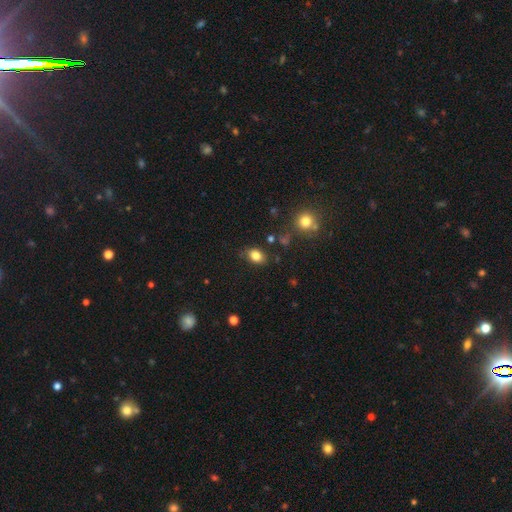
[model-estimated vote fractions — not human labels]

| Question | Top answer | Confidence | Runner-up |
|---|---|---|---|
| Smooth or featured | smooth | 83% | star or artifact (10%) |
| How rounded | in between | 70% | round (28%) |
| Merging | none | 80% | minor disturbance (14%) |